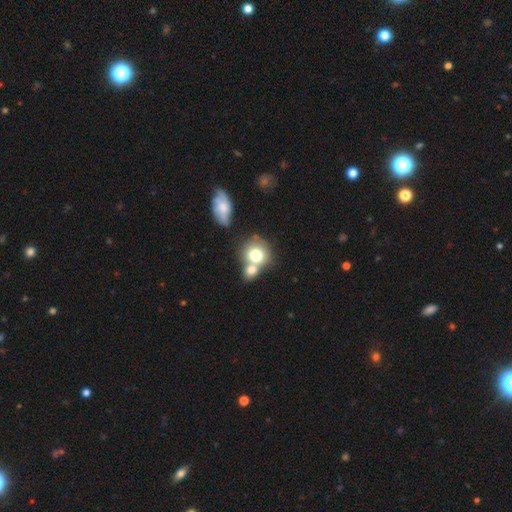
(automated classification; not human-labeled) Q: Smooth or featured?
A: smooth (74%); runner-up: featured or disk (17%)
Q: How rounded?
A: round (71%); runner-up: in between (28%)
Q: Merging?
A: merger (55%); runner-up: none (33%)